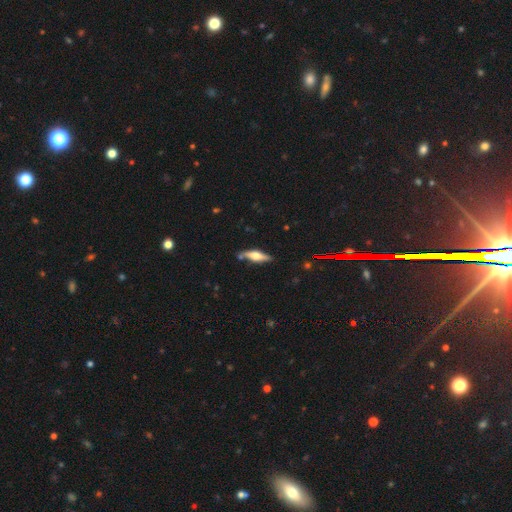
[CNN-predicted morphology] A featured or disk galaxy (55%) viewed edge-on (90%).

Vote fractions:
- Smooth or featured? featured or disk: 55% / smooth: 38% / star or artifact: 6%
- Edge-on disk? yes: 90% / no: 10%
- Merging? none: 76% / minor disturbance: 16% / merger: 5% / major disturbance: 3%